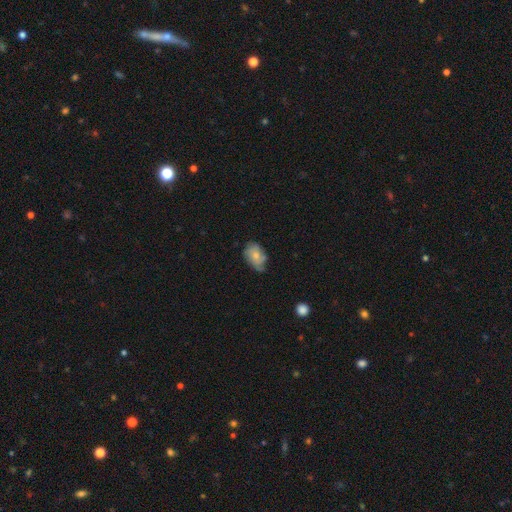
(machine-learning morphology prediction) Q: Smooth or featured?
A: smooth (50%); runner-up: featured or disk (42%)
Q: Merging?
A: none (54%); runner-up: minor disturbance (34%)